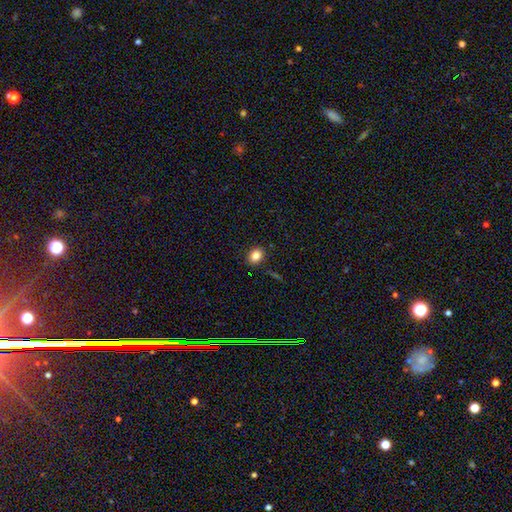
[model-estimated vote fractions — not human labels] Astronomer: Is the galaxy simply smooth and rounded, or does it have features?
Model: smooth — 83%.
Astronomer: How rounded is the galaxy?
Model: round — 55% (runner-up: in between, 44%).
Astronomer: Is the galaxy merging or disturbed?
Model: none — 88%.